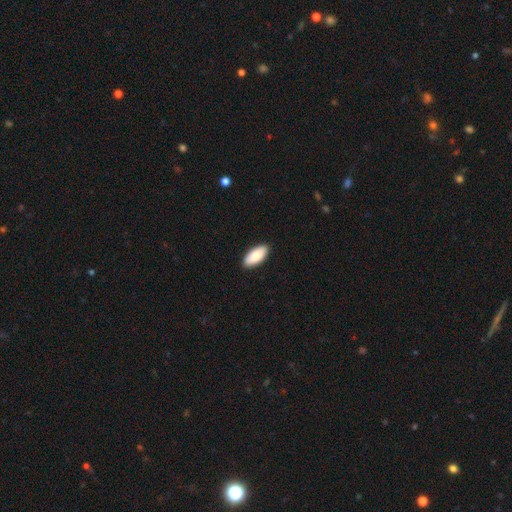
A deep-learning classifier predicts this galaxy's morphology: A smooth galaxy with no disk features (89%) that is in between round and cigar-shaped (89%). Merging: none (90%).